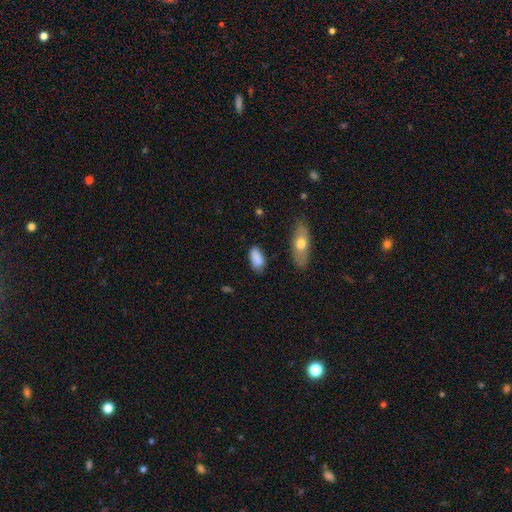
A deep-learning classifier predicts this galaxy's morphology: The model was most divided on "merging": none: 68%, minor disturbance: 22%, major disturbance: 5%, merger: 5%. More confident: how rounded — in between (88%); smooth or featured — smooth (83%).